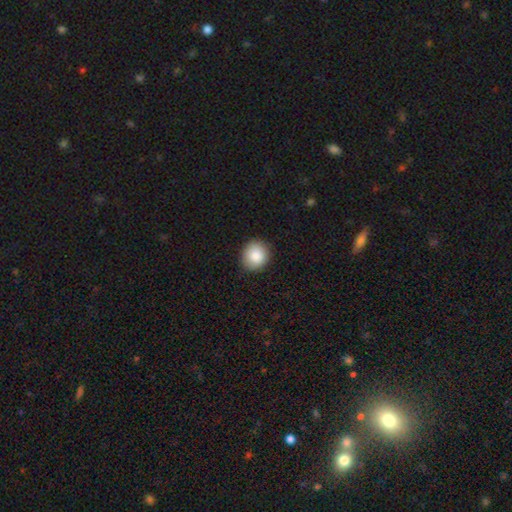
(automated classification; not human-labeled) Smooth or featured? smooth (87%)
How rounded? round (76%)
Merging? none (88%)